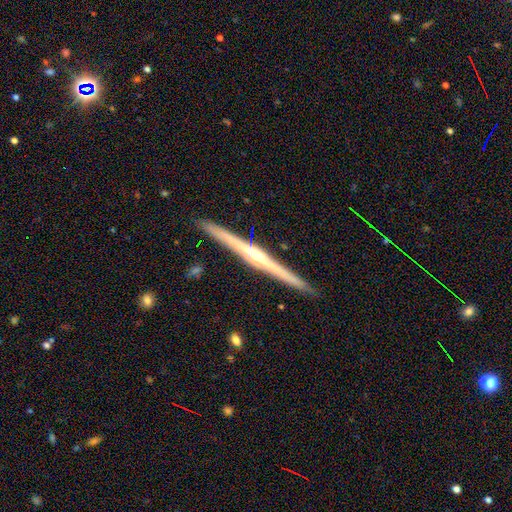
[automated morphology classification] This is clearly a featured or disk galaxy (84%). It is clearly viewed edge-on (99%). Edge-on bulge: clearly rounded (80%). Merging: clearly none (92%).